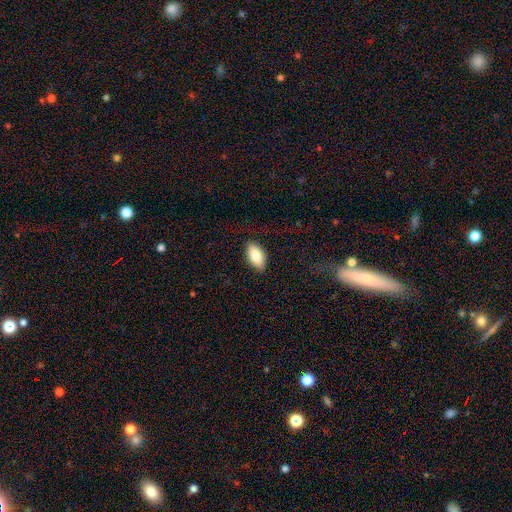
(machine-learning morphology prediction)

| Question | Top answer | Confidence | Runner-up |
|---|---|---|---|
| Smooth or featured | smooth | 82% | featured or disk (11%) |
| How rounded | in between | 93% | round (4%) |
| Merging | none | 85% | minor disturbance (11%) |